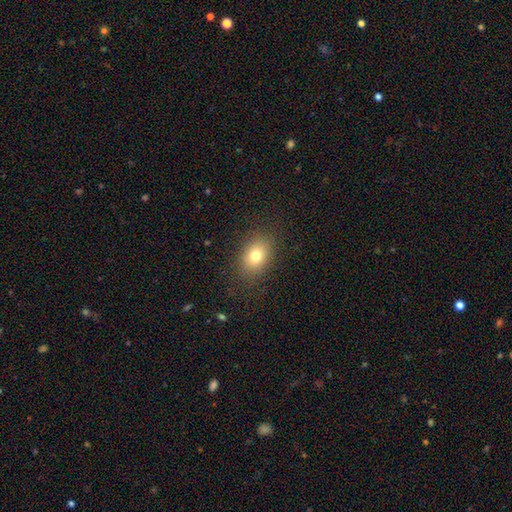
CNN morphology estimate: Q: Smooth or featured?
A: smooth (77%); runner-up: featured or disk (12%)
Q: How rounded?
A: in between (72%); runner-up: round (27%)
Q: Merging?
A: none (85%); runner-up: minor disturbance (10%)